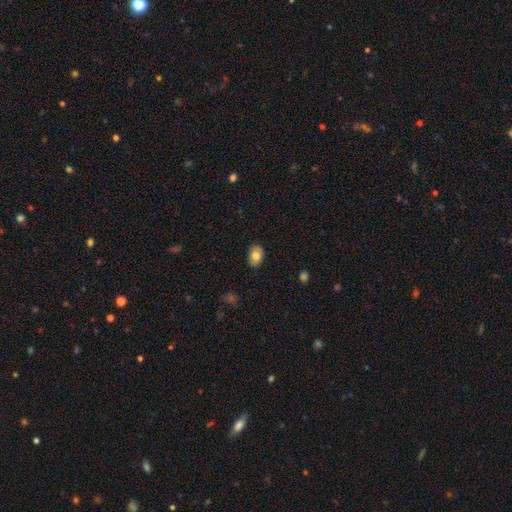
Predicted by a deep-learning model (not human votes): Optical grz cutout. It shows a smooth galaxy with no disk features (80%) that is in between round and cigar-shaped (82%). Merging: none (84%).